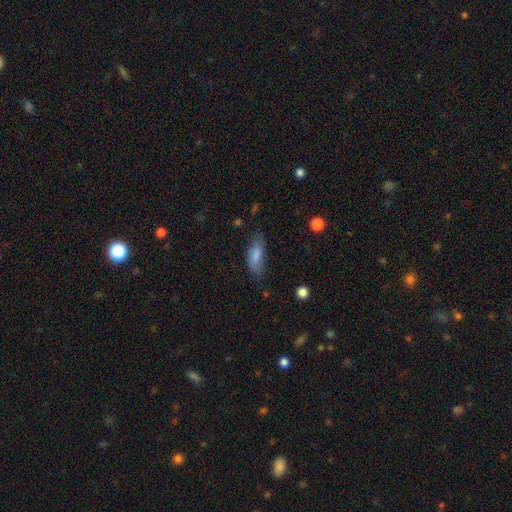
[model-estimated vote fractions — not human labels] smooth_or_featured: smooth (p=0.78) [alt: featured or disk p=0.15]
how_rounded: in between (p=0.69) [alt: cigar-shaped p=0.29]
merging: none (p=0.64) [alt: minor disturbance p=0.26]